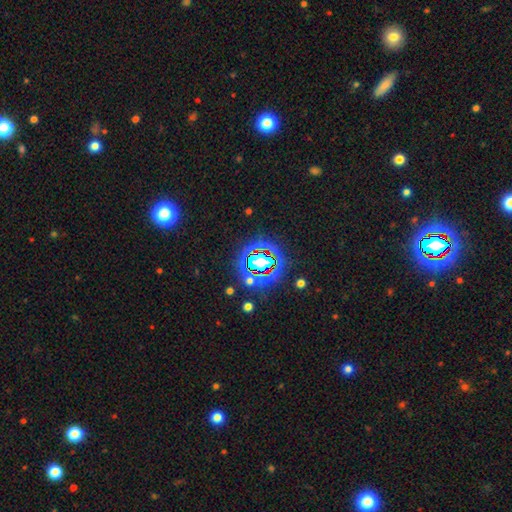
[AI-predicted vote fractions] The model was most divided on "smooth or featured": star or artifact: 72%, smooth: 17%, featured or disk: 11%.